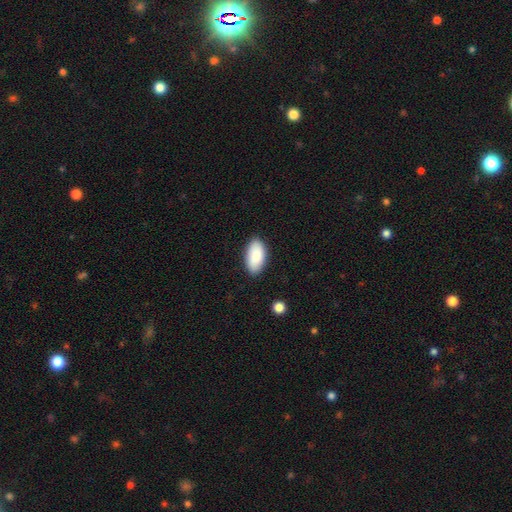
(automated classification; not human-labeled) A smooth galaxy with no disk features (89%) that is in between round and cigar-shaped (95%).

Vote fractions:
- Smooth or featured? smooth: 89% / star or artifact: 6% / featured or disk: 5%
- How rounded? in between: 95% / cigar-shaped: 3% / round: 2%
- Merging? none: 87% / minor disturbance: 10% / major disturbance: 2% / merger: 1%